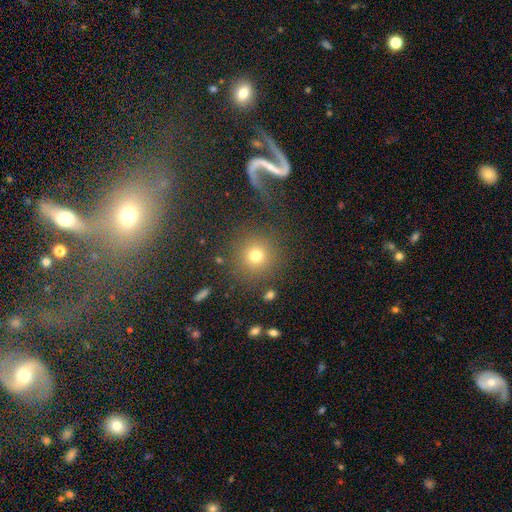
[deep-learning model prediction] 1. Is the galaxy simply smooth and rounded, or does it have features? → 73% smooth, 18% star or artifact, 9% featured or disk.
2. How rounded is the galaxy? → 94% round, 5% in between, 1% cigar-shaped.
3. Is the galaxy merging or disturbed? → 85% none, 8% minor disturbance, 5% major disturbance, 3% merger.